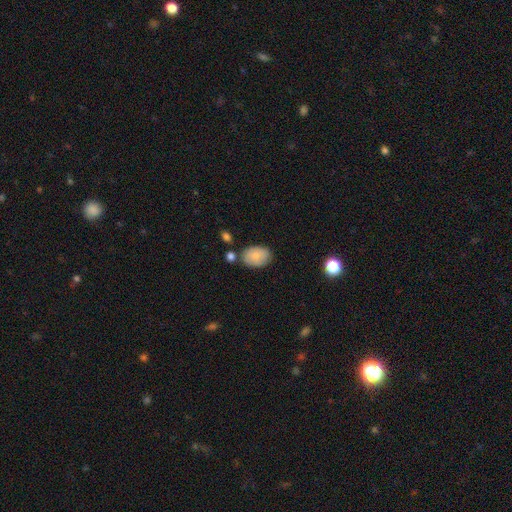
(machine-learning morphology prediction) Smooth or featured? Predicted: smooth (p=0.81). How rounded? Predicted: in between (p=0.84). Merging? Predicted: none (p=0.72).